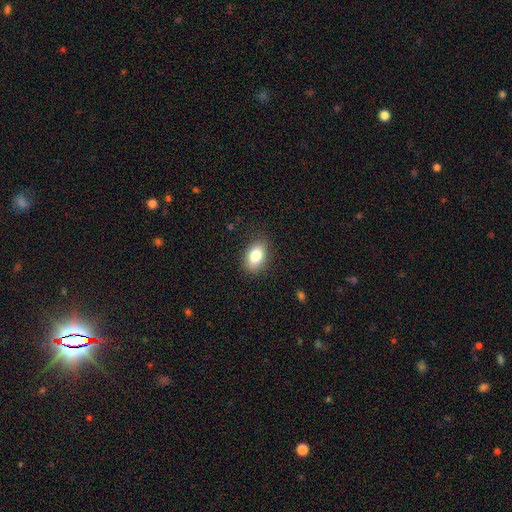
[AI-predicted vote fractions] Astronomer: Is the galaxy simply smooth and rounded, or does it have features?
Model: smooth — 81%.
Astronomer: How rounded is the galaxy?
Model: in between — 84%.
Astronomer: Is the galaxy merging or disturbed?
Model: none — 85%.